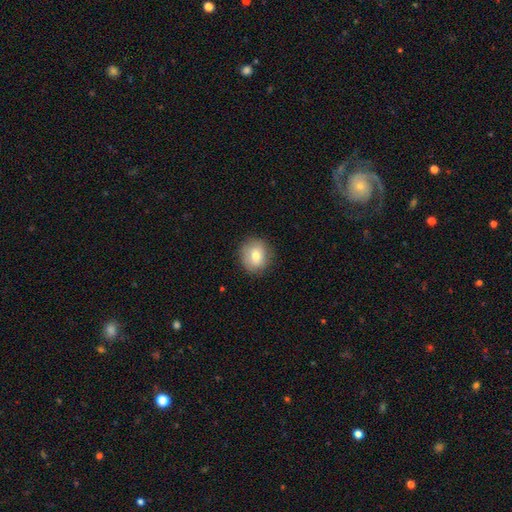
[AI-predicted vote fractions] Smooth or featured? Predicted: smooth (p=0.77). How rounded? Predicted: round (p=0.86). Merging? Predicted: none (p=0.85).